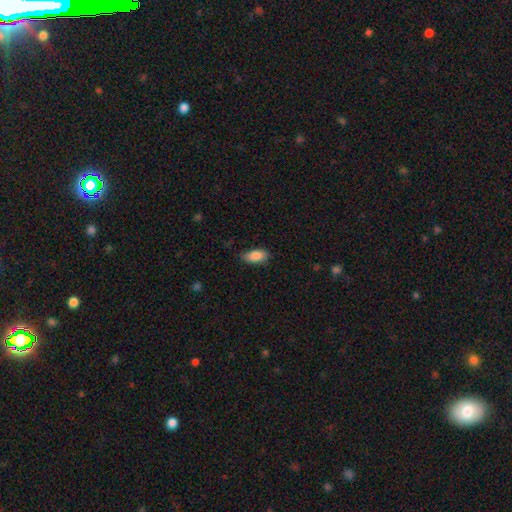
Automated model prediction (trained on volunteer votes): A smooth galaxy with no disk features (87%) that is in between round and cigar-shaped (90%). Merging: none (77%).